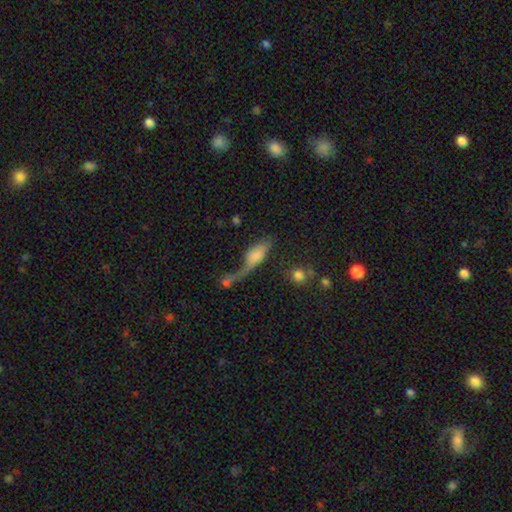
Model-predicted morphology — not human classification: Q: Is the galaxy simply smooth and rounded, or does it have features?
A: smooth — 58%.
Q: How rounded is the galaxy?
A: in between — 67%.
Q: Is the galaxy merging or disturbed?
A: major disturbance — 34%.